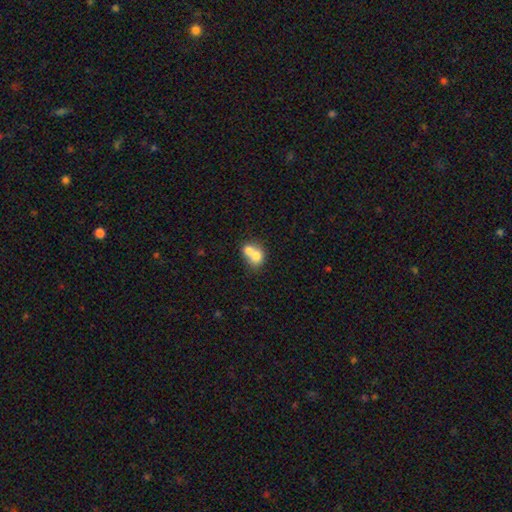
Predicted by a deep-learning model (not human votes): The model was most divided on "how rounded": round: 54%, in between: 45%, cigar-shaped: 1%. More confident: merging — merger (72%); smooth or featured — smooth (70%).